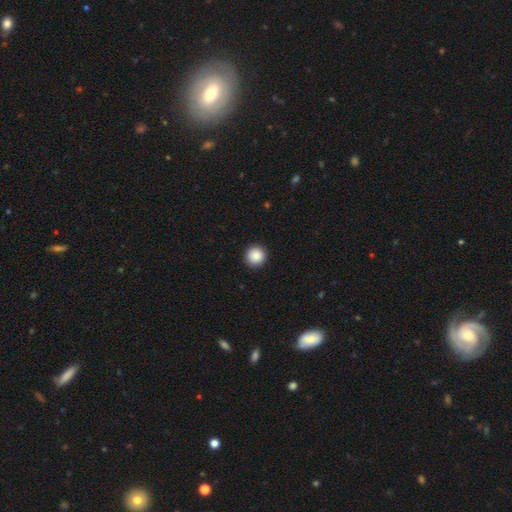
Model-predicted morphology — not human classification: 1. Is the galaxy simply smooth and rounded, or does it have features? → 89% smooth, 9% star or artifact, 3% featured or disk.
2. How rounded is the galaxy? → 96% round, 3% in between, 1% cigar-shaped.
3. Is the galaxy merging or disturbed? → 93% none, 4% minor disturbance, 2% major disturbance, 1% merger.